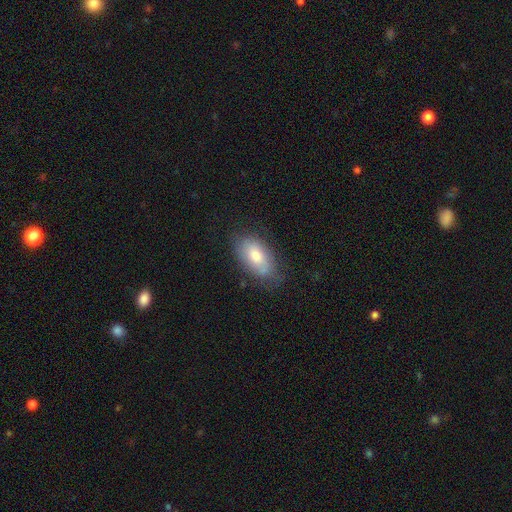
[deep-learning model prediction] smooth-or-featured: smooth: 72% | featured or disk: 21% | star or artifact: 7%
  how-rounded: in between: 93% | round: 4% | cigar-shaped: 3%
  merging: none: 69% | minor disturbance: 23% | major disturbance: 6% | merger: 2%